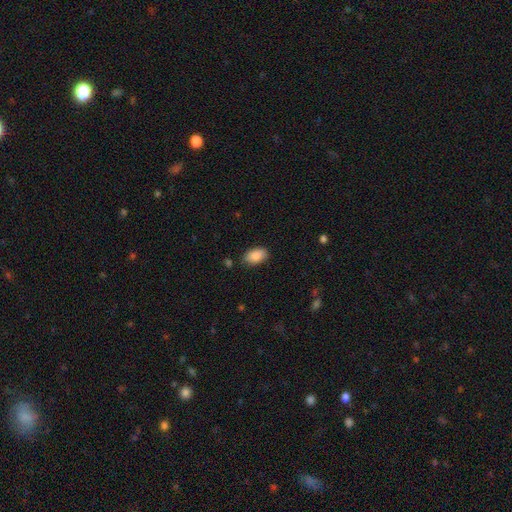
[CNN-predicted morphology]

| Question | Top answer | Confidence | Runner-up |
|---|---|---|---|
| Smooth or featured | smooth | 88% | star or artifact (7%) |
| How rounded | in between | 93% | round (5%) |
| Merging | none | 82% | minor disturbance (14%) |